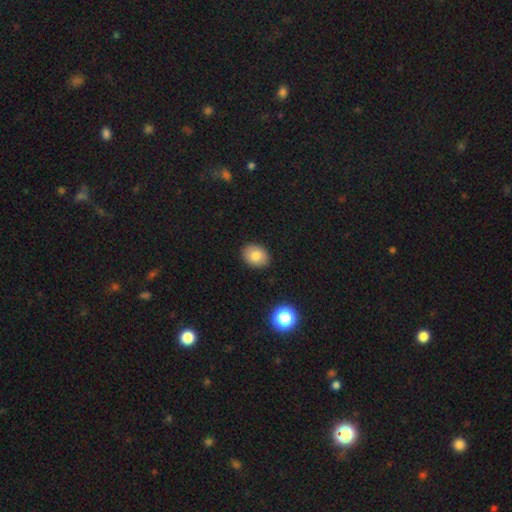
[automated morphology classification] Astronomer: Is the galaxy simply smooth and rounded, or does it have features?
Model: smooth — 79%.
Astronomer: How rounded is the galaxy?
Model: in between — 63%.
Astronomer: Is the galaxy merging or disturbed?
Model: none — 89%.